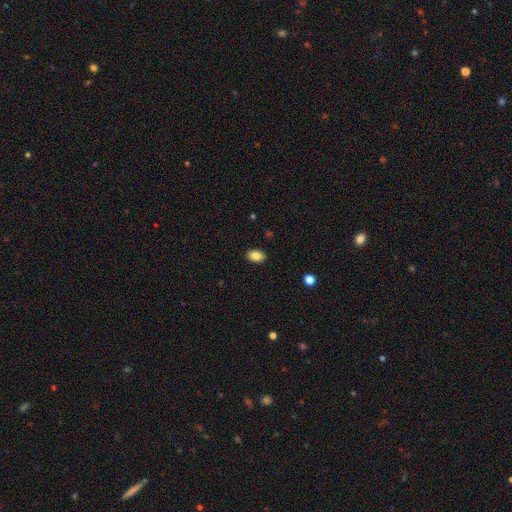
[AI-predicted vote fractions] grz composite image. It shows a smooth galaxy with no disk features (84%) that is in between round and cigar-shaped (86%). Merging: none (89%).